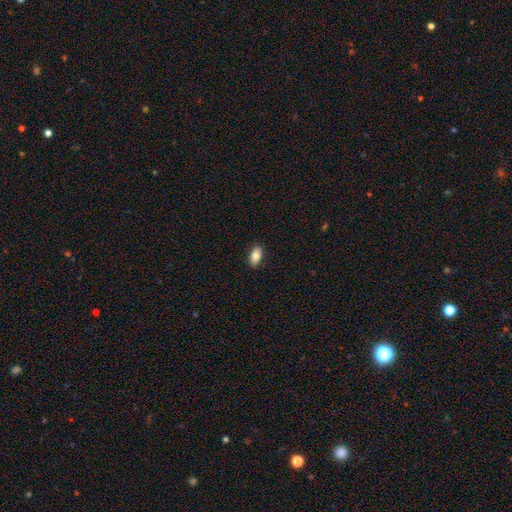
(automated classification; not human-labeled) Smooth or featured? smooth (80%)
How rounded? in between (92%)
Merging? none (89%)